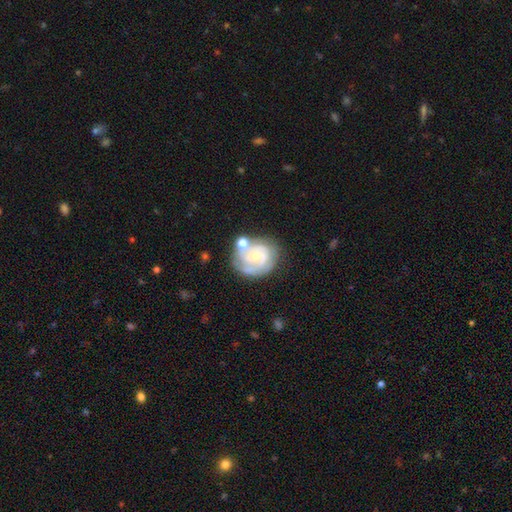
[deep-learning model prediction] This appears to be a featured or disk galaxy (76%) with no bar (70%), 2 (31%) tight (65%) spiral arms (90%) and a small central bulge (67%). Merging: none (58%).